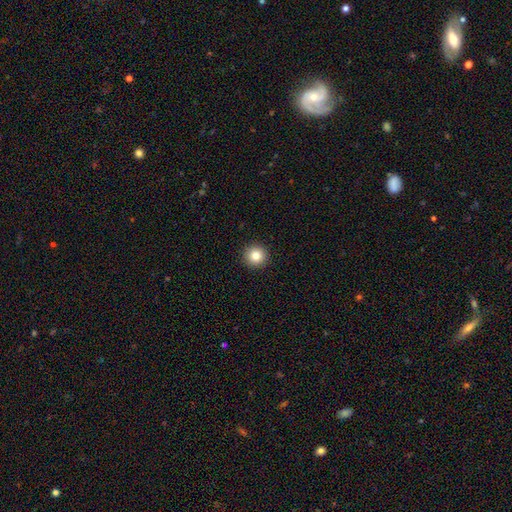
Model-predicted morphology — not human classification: This appears to be a smooth galaxy with no disk features (82%) that is round (95%). Merging: none (93%).